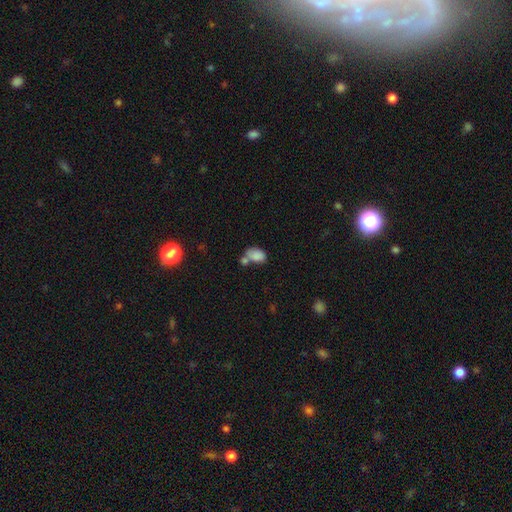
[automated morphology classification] This appears to be a smooth galaxy with no disk features (81%) that is in between round and cigar-shaped (87%). Merging: merger (46%).